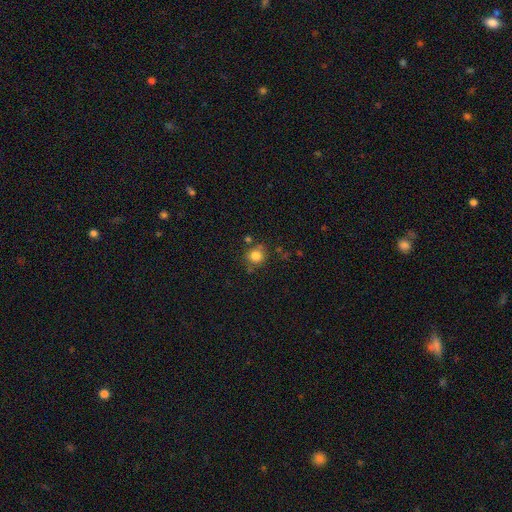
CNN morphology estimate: This is clearly a smooth galaxy (82%). How rounded: clearly round (86%). Merging: likely none (74%).